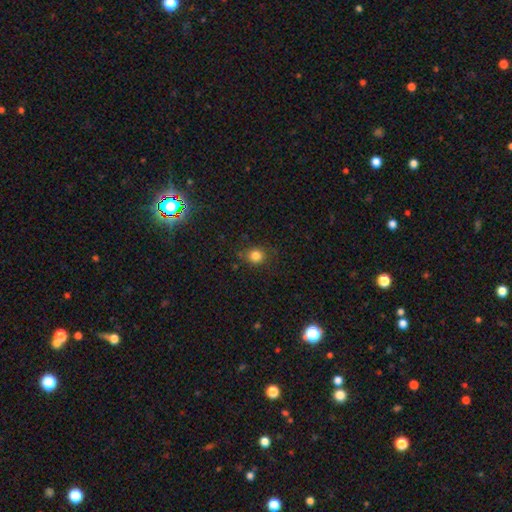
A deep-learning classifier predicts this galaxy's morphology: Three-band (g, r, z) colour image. It shows a smooth galaxy with no disk features (82%) that is round (82%). Merging: none (79%).